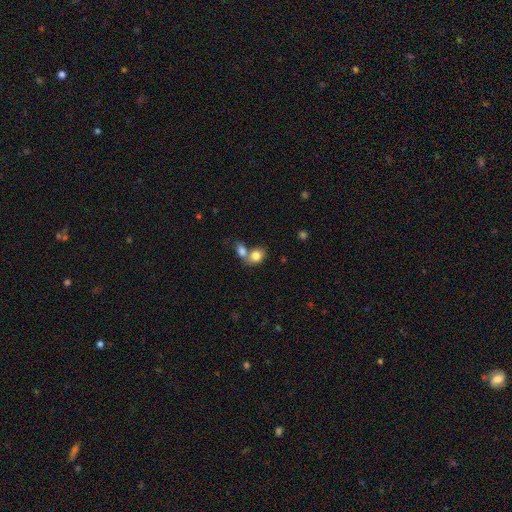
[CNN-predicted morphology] smooth 80%, featured or disk 11%, star or artifact 9%. Down the decision tree: how rounded — in between (61%); merging — merger (58%).